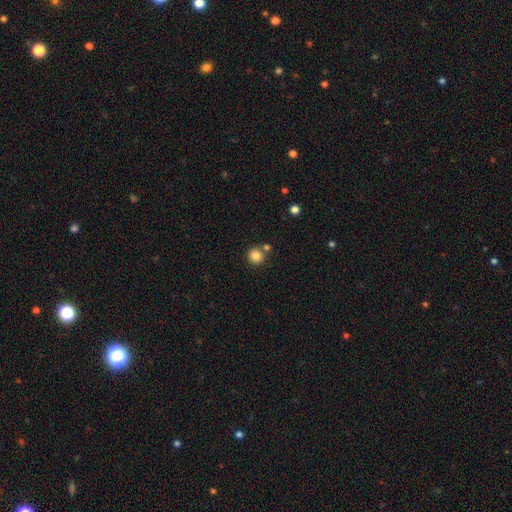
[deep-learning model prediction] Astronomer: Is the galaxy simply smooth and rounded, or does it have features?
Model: smooth — 84%.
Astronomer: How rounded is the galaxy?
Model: round — 93%.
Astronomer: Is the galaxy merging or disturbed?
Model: none — 75%.